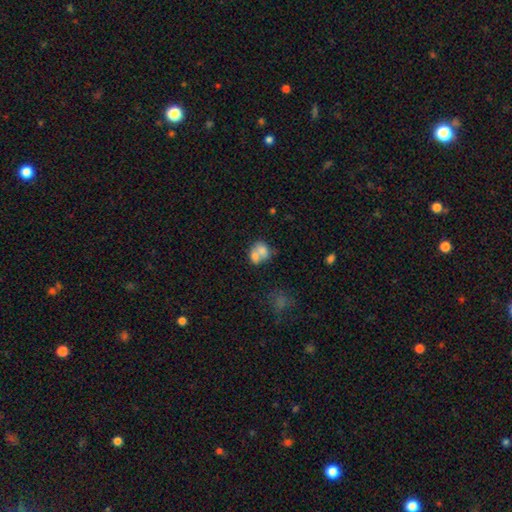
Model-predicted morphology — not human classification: smooth-or-featured: smooth: 68% | featured or disk: 23% | star or artifact: 9%
  how-rounded: in between: 51% | round: 48% | cigar-shaped: 1%
  merging: merger: 63% | none: 23% | minor disturbance: 9% | major disturbance: 5%